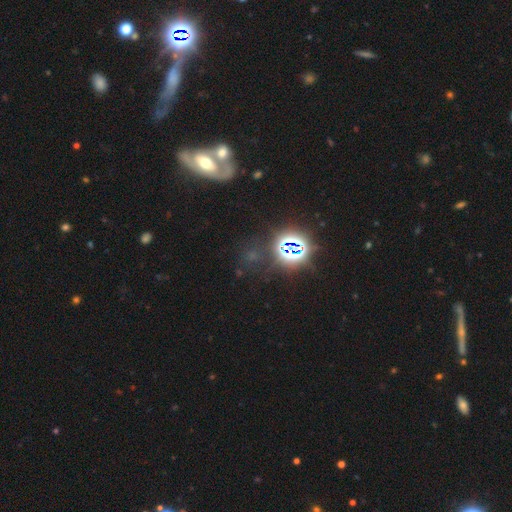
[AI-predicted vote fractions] Smooth or featured? star or artifact (56%)